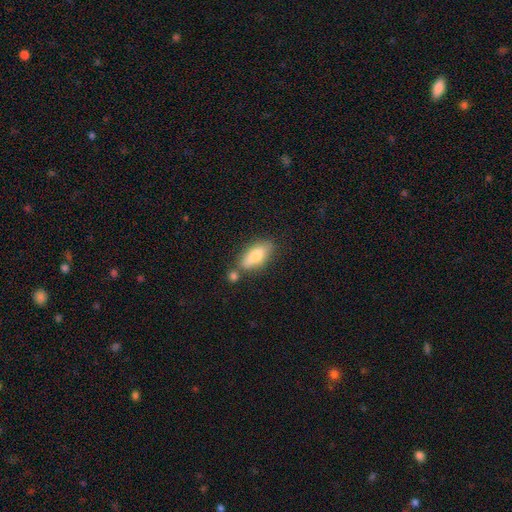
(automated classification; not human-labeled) A smooth galaxy with no disk features (70%) that is in between round and cigar-shaped (76%). Merging: none (67%).